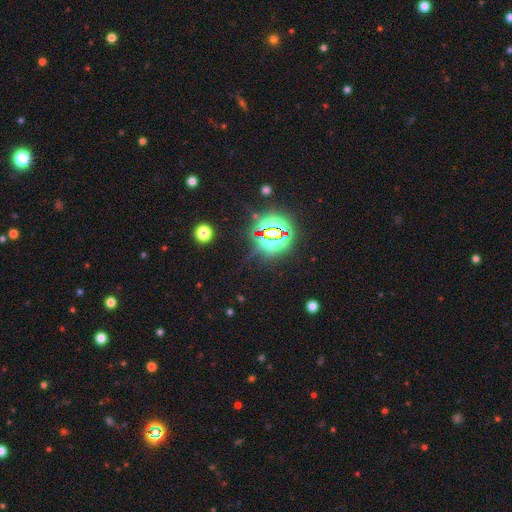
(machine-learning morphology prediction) The model was most divided on "smooth or featured": star or artifact: 81%, smooth: 13%, featured or disk: 6%.